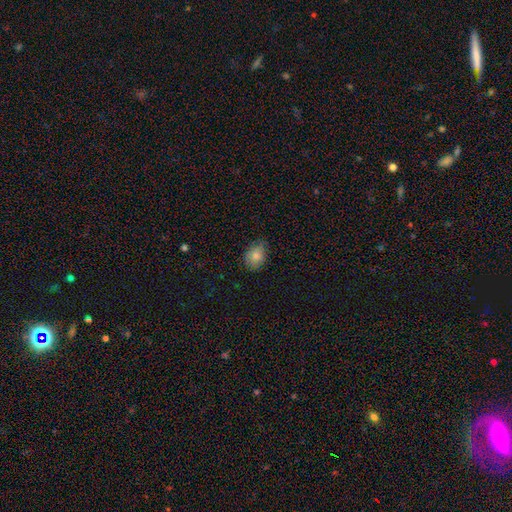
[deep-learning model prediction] This appears to be a smooth galaxy with no disk features (81%) that is in between round and cigar-shaped (60%). Merging: none (67%).